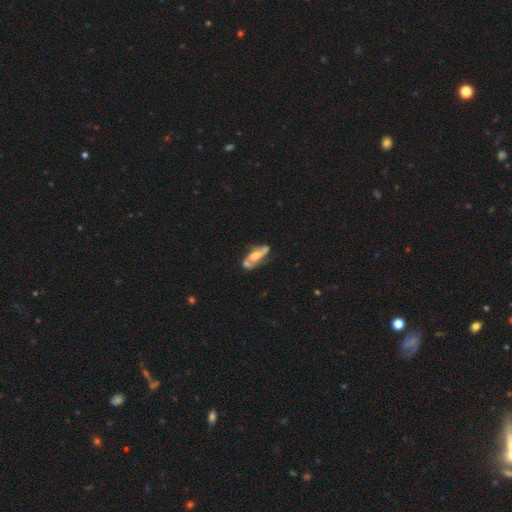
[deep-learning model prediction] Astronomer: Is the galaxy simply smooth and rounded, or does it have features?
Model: featured or disk — 68%.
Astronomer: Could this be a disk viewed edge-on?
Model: no — 81%.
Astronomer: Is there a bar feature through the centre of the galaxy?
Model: no — 49% (runner-up: weak, 33%).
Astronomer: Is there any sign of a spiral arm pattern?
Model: yes — 77%.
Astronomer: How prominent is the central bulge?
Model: moderate — 42% (runner-up: large, 24%).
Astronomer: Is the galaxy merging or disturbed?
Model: none — 47% (runner-up: minor disturbance, 22%).